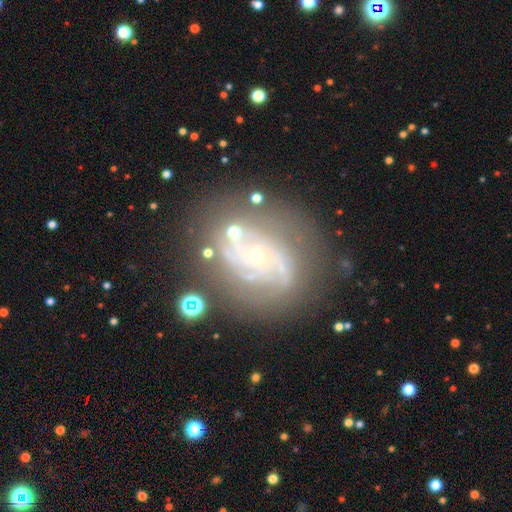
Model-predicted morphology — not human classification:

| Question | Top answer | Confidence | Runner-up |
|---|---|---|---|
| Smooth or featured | featured or disk | 79% | star or artifact (11%) |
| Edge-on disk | no | 97% | yes (3%) |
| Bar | no | 76% | weak (19%) |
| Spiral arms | yes | 92% | no (8%) |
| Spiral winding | tight | 47% | medium (38%) |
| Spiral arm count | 2 | 33% | can't tell (26%) |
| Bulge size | small | 83% | moderate (12%) |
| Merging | none | 66% | minor disturbance (18%) |